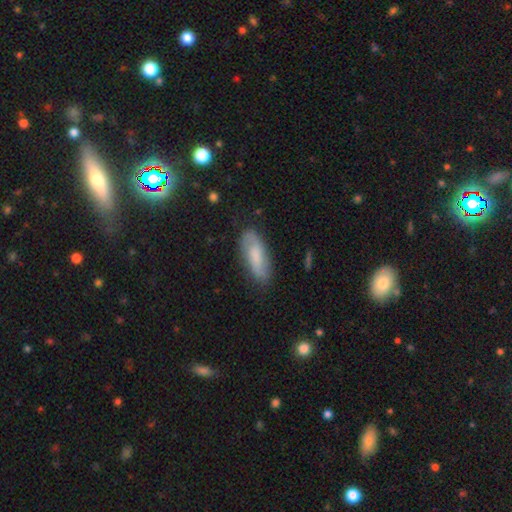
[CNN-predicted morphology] Smooth or featured? Predicted: smooth (p=0.54). How rounded? Predicted: in between (p=0.72). Merging? Predicted: none (p=0.76).